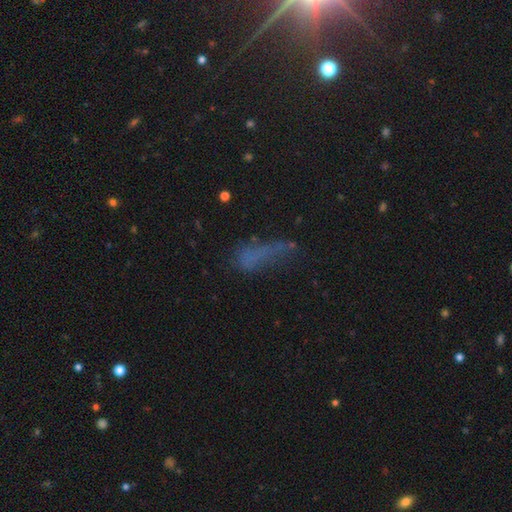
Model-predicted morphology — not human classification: Smooth or featured?
  - smooth: 50% *
  - star or artifact: 25%
  - featured or disk: 25%
How rounded?
  - in between: 49% *
  - cigar-shaped: 45%
  - round: 6%
Merging?
  - none: 38% *
  - major disturbance: 32%
  - minor disturbance: 23%
  - merger: 7%